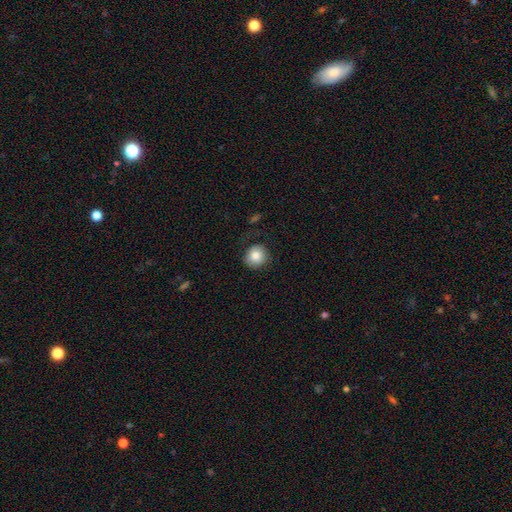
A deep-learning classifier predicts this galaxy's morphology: This is clearly a smooth galaxy (83%). How rounded: clearly round (89%). Merging: likely none (78%).